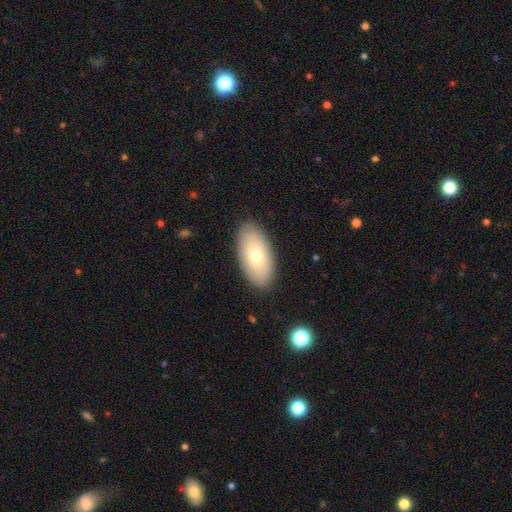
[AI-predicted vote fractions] Q: Smooth or featured?
A: smooth (72%); runner-up: featured or disk (21%)
Q: How rounded?
A: in between (94%); runner-up: cigar-shaped (3%)
Q: Merging?
A: none (89%); runner-up: minor disturbance (8%)